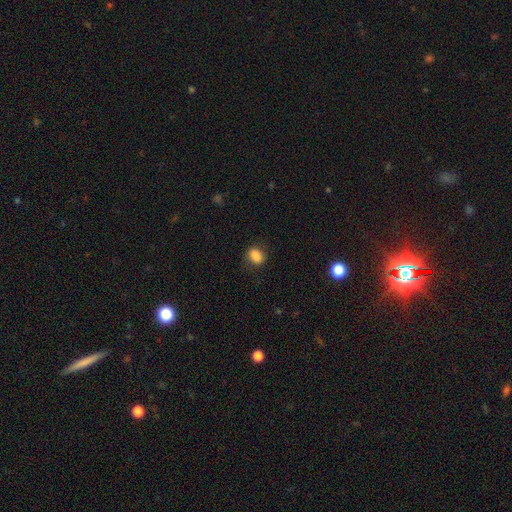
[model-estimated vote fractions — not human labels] smooth_or_featured: smooth (p=0.84) [alt: star or artifact p=0.09]
how_rounded: in between (p=0.65) [alt: round p=0.33]
merging: none (p=0.79) [alt: minor disturbance p=0.16]